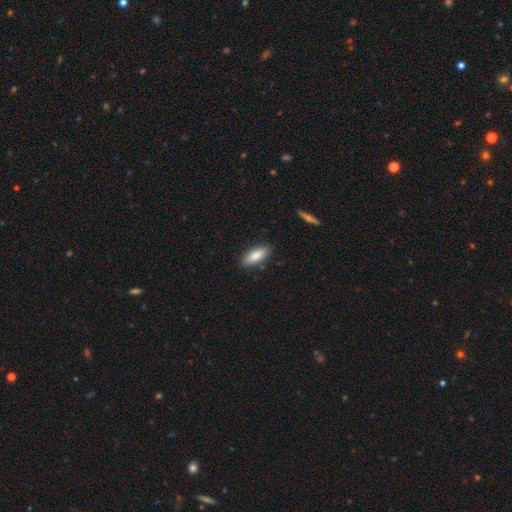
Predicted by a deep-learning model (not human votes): Smooth or featured?
  - smooth: 84% *
  - featured or disk: 10%
  - star or artifact: 6%
How rounded?
  - in between: 71% *
  - cigar-shaped: 27%
  - round: 2%
Merging?
  - none: 87% *
  - minor disturbance: 10%
  - major disturbance: 2%
  - merger: 1%